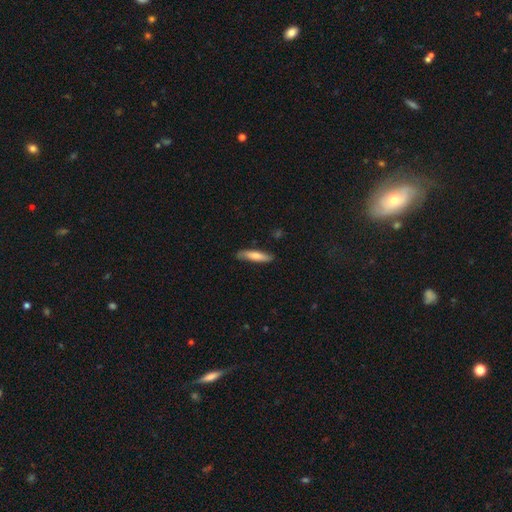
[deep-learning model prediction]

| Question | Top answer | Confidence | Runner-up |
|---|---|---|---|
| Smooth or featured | smooth | 75% | featured or disk (20%) |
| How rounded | cigar-shaped | 81% | in between (18%) |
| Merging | none | 81% | minor disturbance (15%) |